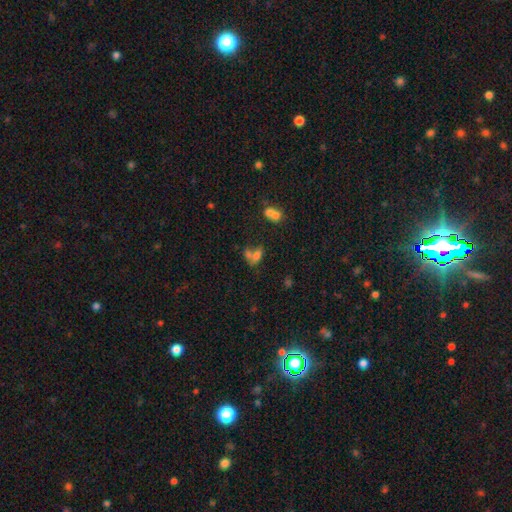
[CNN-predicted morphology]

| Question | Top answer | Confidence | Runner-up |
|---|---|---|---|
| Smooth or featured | smooth | 64% | featured or disk (19%) |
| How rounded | in between | 73% | round (21%) |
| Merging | merger | 55% | none (27%) |